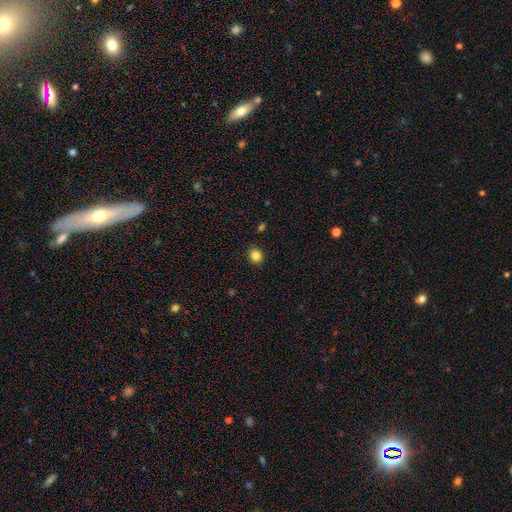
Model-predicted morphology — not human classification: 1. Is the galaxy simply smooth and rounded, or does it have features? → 84% smooth, 11% star or artifact, 5% featured or disk.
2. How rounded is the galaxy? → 70% round, 30% in between, 1% cigar-shaped.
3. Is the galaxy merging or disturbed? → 88% none, 9% minor disturbance, 2% major disturbance, 1% merger.